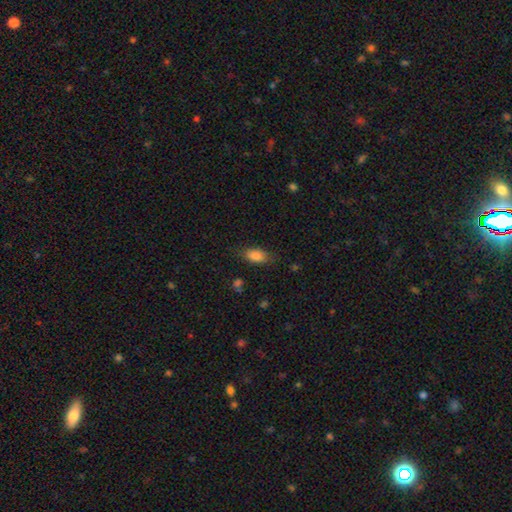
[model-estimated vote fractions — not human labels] Morphology: type=smooth (85%); roundness=in between (88%); merging=none (76%).